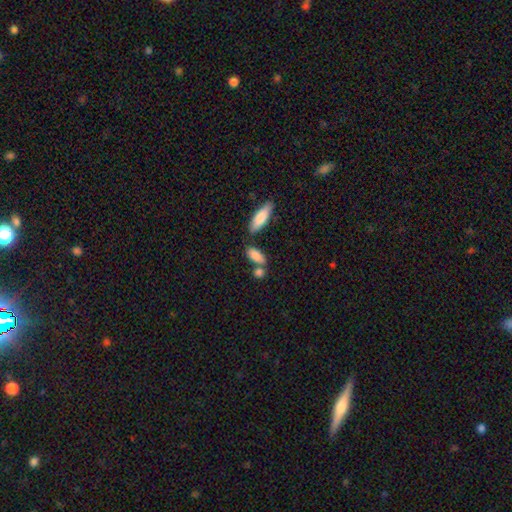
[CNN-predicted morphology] smooth-or-featured: smooth: 85% | featured or disk: 8% | star or artifact: 7%
  how-rounded: in between: 79% | cigar-shaped: 17% | round: 5%
  merging: none: 58% | merger: 24% | minor disturbance: 14% | major disturbance: 4%